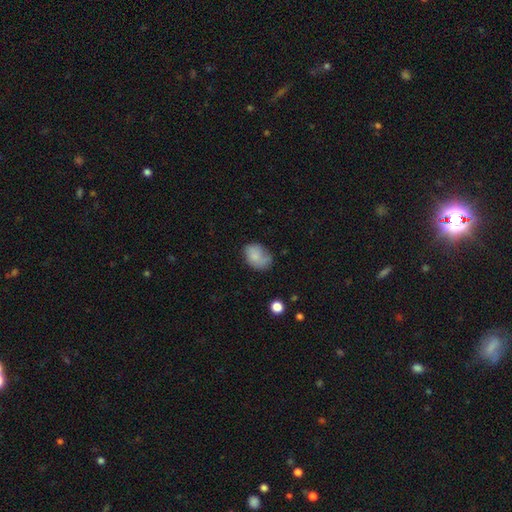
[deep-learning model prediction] smooth_or_featured: smooth (p=0.76) [alt: featured or disk p=0.15]
how_rounded: in between (p=0.72) [alt: round p=0.27]
merging: none (p=0.50) [alt: minor disturbance p=0.33]